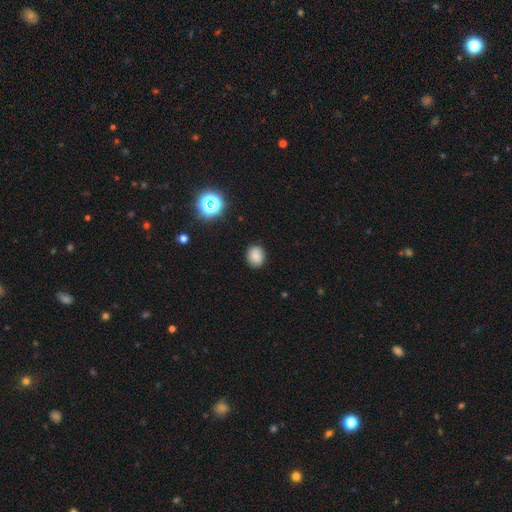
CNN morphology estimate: Smooth or featured? Predicted: smooth (p=0.82). How rounded? Predicted: round (p=0.62). Merging? Predicted: none (p=0.87).